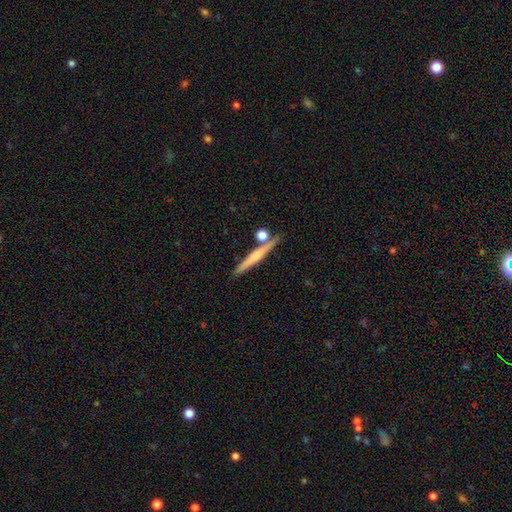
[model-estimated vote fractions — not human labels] smooth-or-featured: featured or disk: 48% | smooth: 46% | star or artifact: 7%
  merging: none: 78% | minor disturbance: 10% | merger: 10% | major disturbance: 3%